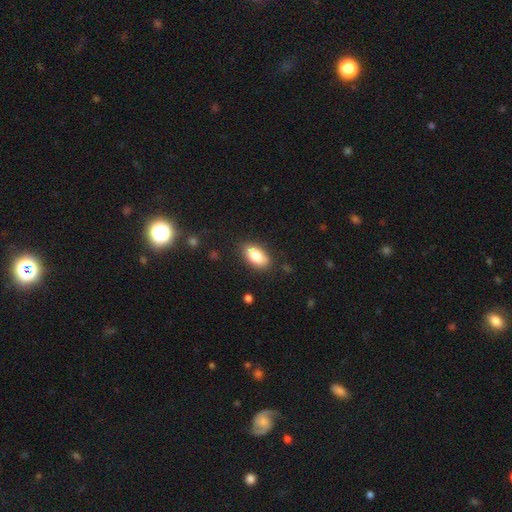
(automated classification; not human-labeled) A smooth galaxy with no disk features (82%) that is in between round and cigar-shaped (91%).

Vote fractions:
- Smooth or featured? smooth: 82% / featured or disk: 11% / star or artifact: 7%
- How rounded? in between: 91% / round: 5% / cigar-shaped: 4%
- Merging? none: 83% / minor disturbance: 13% / major disturbance: 3% / merger: 2%